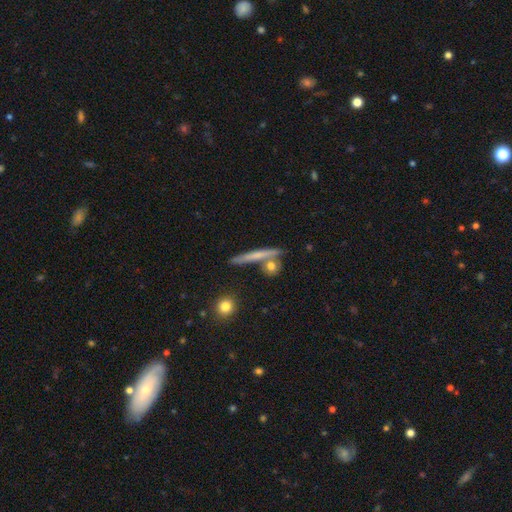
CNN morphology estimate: This appears to be a smooth galaxy with no disk features (54%) that is cigar-shaped (88%). Merging: none (75%).